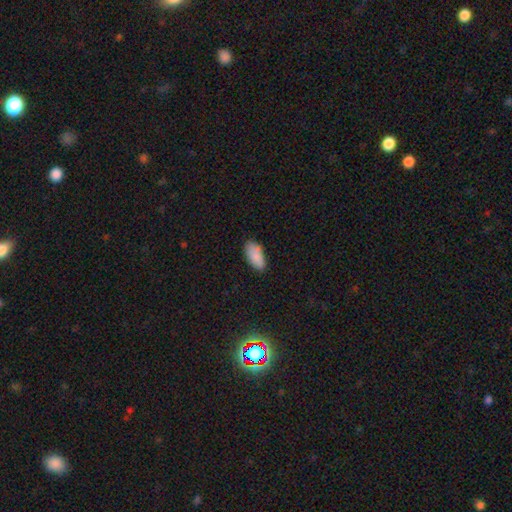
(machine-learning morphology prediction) A smooth galaxy with no disk features (85%) that is in between round and cigar-shaped (90%).

Vote fractions:
- Smooth or featured? smooth: 85% / featured or disk: 8% / star or artifact: 7%
- How rounded? in between: 90% / cigar-shaped: 8% / round: 2%
- Merging? none: 73% / minor disturbance: 20% / major disturbance: 4% / merger: 3%